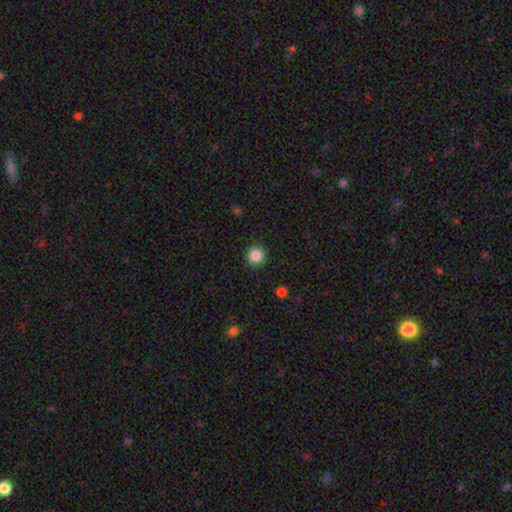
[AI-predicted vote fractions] Q: Smooth or featured?
A: smooth (87%); runner-up: star or artifact (10%)
Q: How rounded?
A: round (94%); runner-up: in between (5%)
Q: Merging?
A: none (93%); runner-up: minor disturbance (5%)